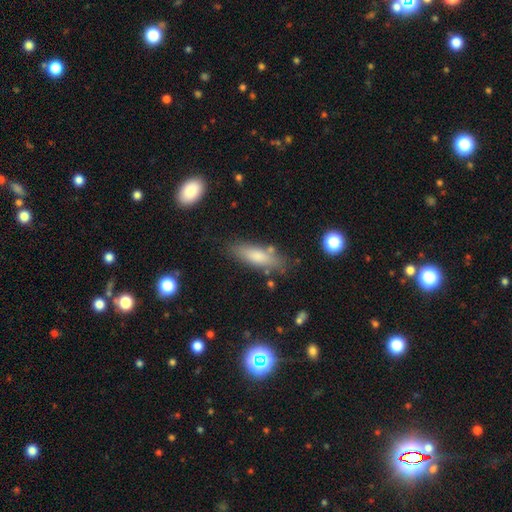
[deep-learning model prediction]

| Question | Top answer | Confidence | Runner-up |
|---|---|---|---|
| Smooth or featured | smooth | 73% | featured or disk (19%) |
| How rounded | cigar-shaped | 50% | in between (48%) |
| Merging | none | 77% | minor disturbance (15%) |